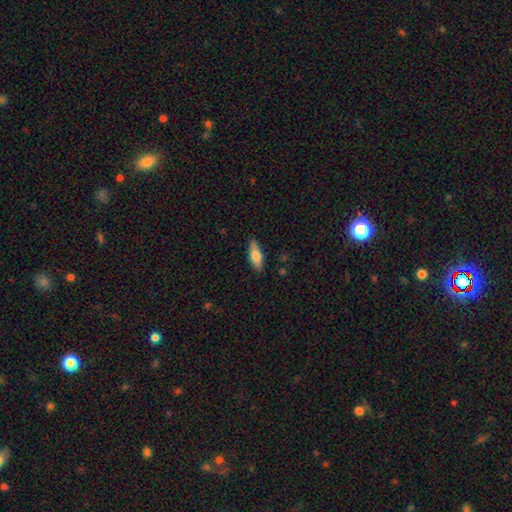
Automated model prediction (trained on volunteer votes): Morphology: type=smooth (72%); roundness=in between (64%); merging=none (84%).